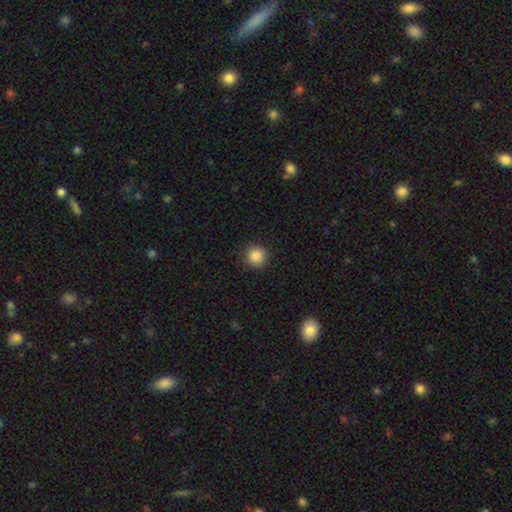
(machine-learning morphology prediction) Q: Smooth or featured?
A: smooth (87%); runner-up: star or artifact (10%)
Q: How rounded?
A: round (94%); runner-up: in between (5%)
Q: Merging?
A: none (90%); runner-up: minor disturbance (7%)